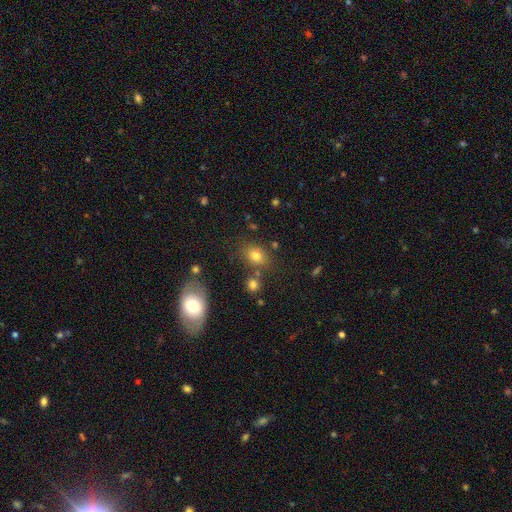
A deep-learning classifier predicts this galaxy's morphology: Smooth or featured? Predicted: smooth (p=0.74). How rounded? Predicted: in between (p=0.62). Merging? Predicted: none (p=0.71).